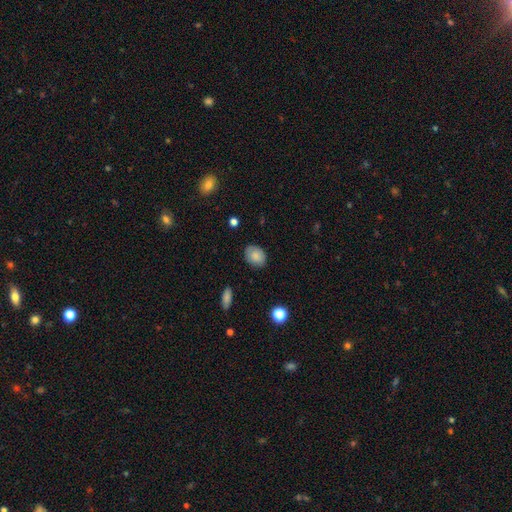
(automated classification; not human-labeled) smooth-or-featured: smooth: 85% | star or artifact: 8% | featured or disk: 7%
  how-rounded: in between: 72% | round: 27% | cigar-shaped: 1%
  merging: none: 85% | minor disturbance: 12% | major disturbance: 3% | merger: 1%